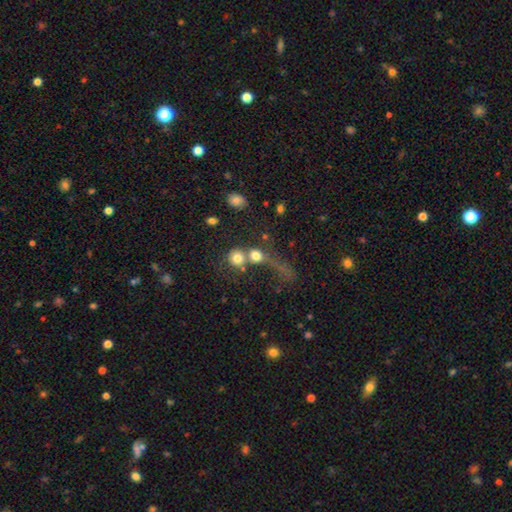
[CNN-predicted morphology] smooth 73%, featured or disk 14%, star or artifact 14%. Down the decision tree: how rounded — round (80%); merging — merger (51%).